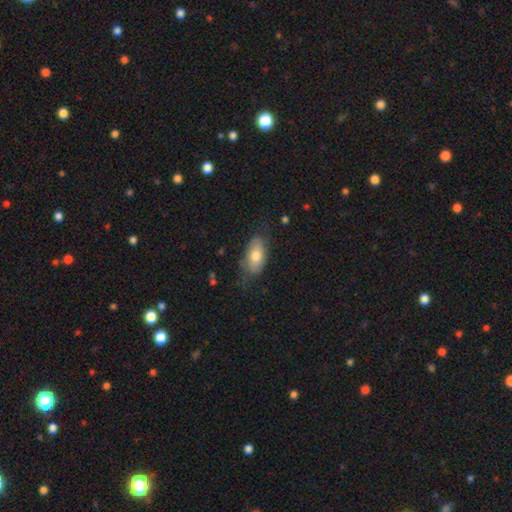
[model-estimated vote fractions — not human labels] Smooth or featured?
  - smooth: 66% *
  - featured or disk: 28%
  - star or artifact: 7%
How rounded?
  - in between: 92% *
  - round: 5%
  - cigar-shaped: 4%
Merging?
  - none: 58% *
  - minor disturbance: 28%
  - major disturbance: 12%
  - merger: 2%